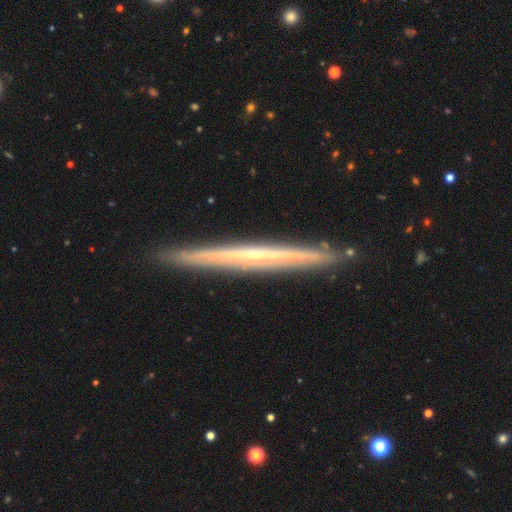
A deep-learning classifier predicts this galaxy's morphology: This is likely a featured or disk galaxy (76%). It is clearly viewed edge-on (96%). Edge-on bulge: likely none (66%). Merging: clearly none (90%).